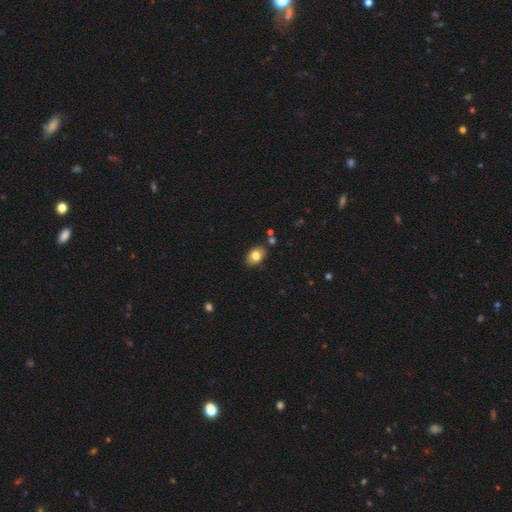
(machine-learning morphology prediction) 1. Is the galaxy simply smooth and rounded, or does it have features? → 79% smooth, 12% featured or disk, 8% star or artifact.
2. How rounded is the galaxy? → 83% in between, 15% round, 1% cigar-shaped.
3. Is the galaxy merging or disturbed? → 82% none, 12% minor disturbance, 4% merger, 2% major disturbance.